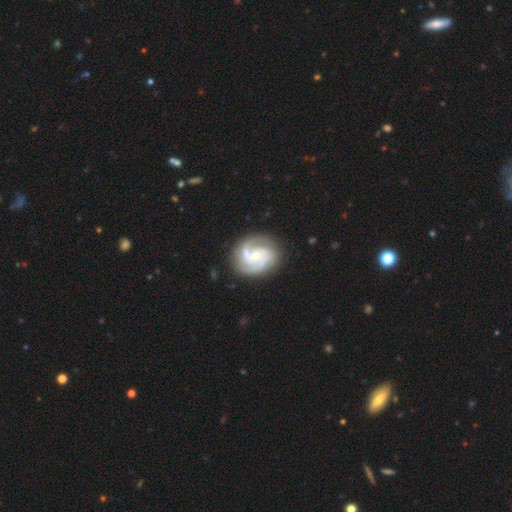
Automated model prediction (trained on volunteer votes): Smooth or featured?
  - featured or disk: 84% *
  - smooth: 11%
  - star or artifact: 5%
Edge-on disk?
  - no: 98% *
  - yes: 2%
Bar?
  - no: 61% *
  - weak: 32%
  - strong: 7%
Spiral arms?
  - yes: 96% *
  - no: 4%
Spiral winding?
  - medium: 46% *
  - tight: 42%
  - loose: 13%
Spiral arm count?
  - 2: 47% *
  - 3: 31%
  - can't tell: 11%
  - 1: 4%
  - 4: 4%
  - more than 4: 3%
Bulge size?
  - small: 51% *
  - moderate: 44%
  - large: 2%
  - none: 1%
  - dominant: 1%
Merging?
  - none: 74% *
  - minor disturbance: 15%
  - major disturbance: 7%
  - merger: 4%